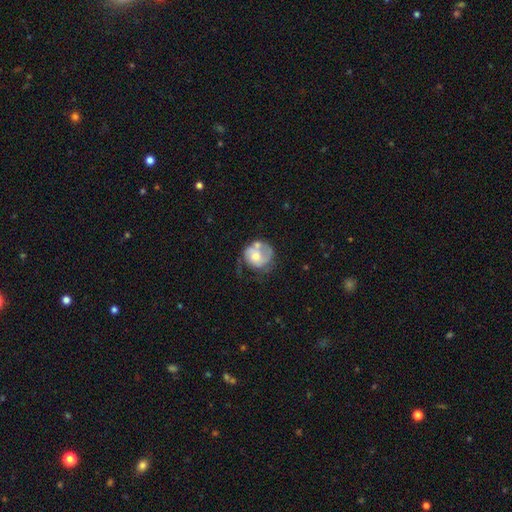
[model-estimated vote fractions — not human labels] Overall: featured or disk (57%; smooth 36%). Edge-on disk: no (98%). Bar: no (76%). Spiral arms: yes (64%; no 36%). Bulge size: moderate (58%; small 31%). Merging: none (36%; minor disturbance 24%).